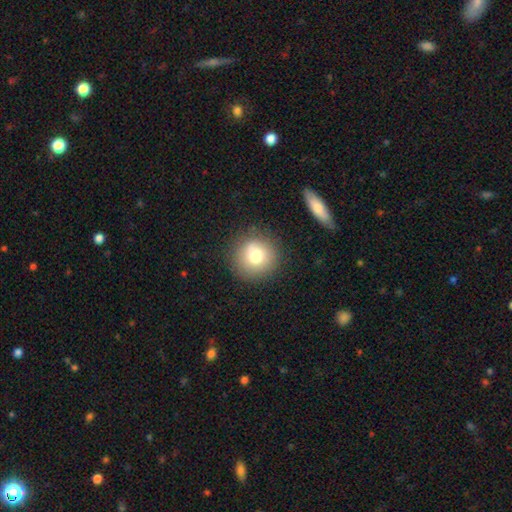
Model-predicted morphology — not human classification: Smooth or featured?
  - smooth: 76% *
  - featured or disk: 13%
  - star or artifact: 11%
How rounded?
  - round: 93% *
  - in between: 6%
  - cigar-shaped: 1%
Merging?
  - none: 86% *
  - minor disturbance: 9%
  - major disturbance: 3%
  - merger: 2%